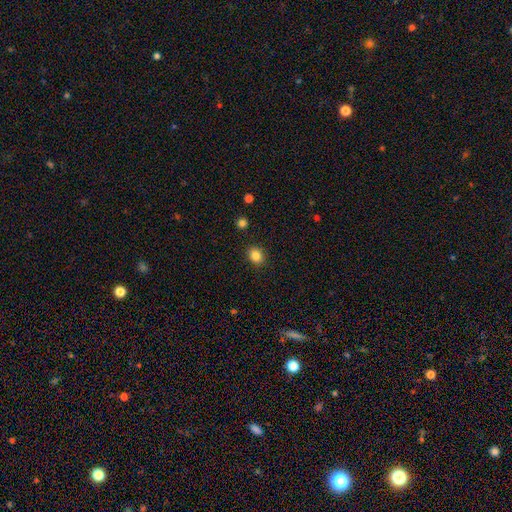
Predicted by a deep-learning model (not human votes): smooth_or_featured: smooth (p=0.84) [alt: star or artifact p=0.11]
how_rounded: round (p=0.64) [alt: in between p=0.35]
merging: none (p=0.90) [alt: minor disturbance p=0.07]